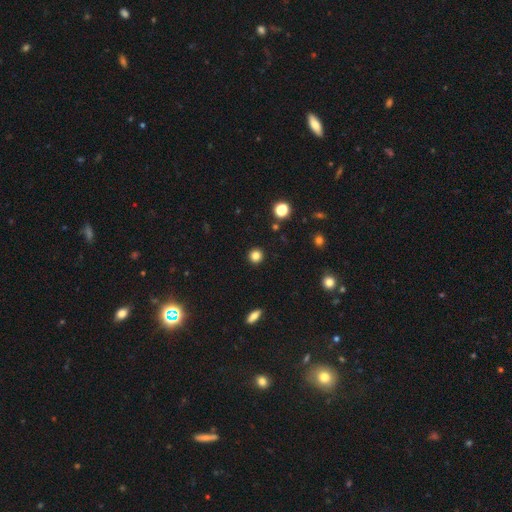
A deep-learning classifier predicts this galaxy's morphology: Smooth or featured?
  - smooth: 83% *
  - star or artifact: 12%
  - featured or disk: 4%
How rounded?
  - round: 94% *
  - in between: 5%
  - cigar-shaped: 1%
Merging?
  - none: 93% *
  - minor disturbance: 4%
  - major disturbance: 2%
  - merger: 1%